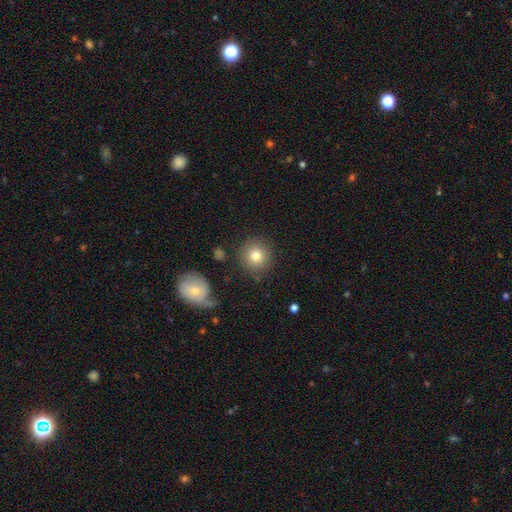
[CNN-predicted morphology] smooth-or-featured: smooth: 79% | featured or disk: 11% | star or artifact: 10%
  how-rounded: round: 92% | in between: 7% | cigar-shaped: 1%
  merging: none: 84% | minor disturbance: 9% | major disturbance: 4% | merger: 3%